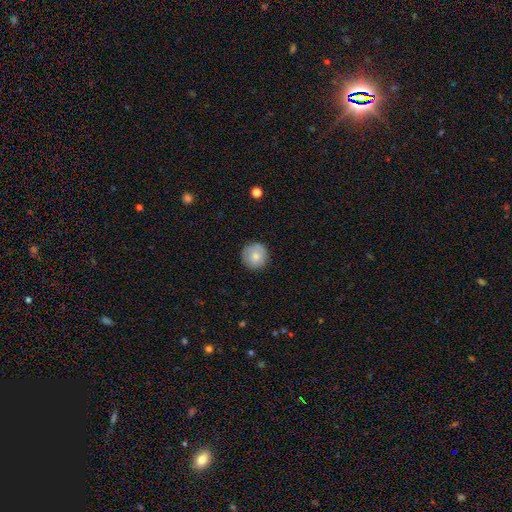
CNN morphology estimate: A smooth galaxy with no disk features (79%) that is round (95%). Merging: none (87%).